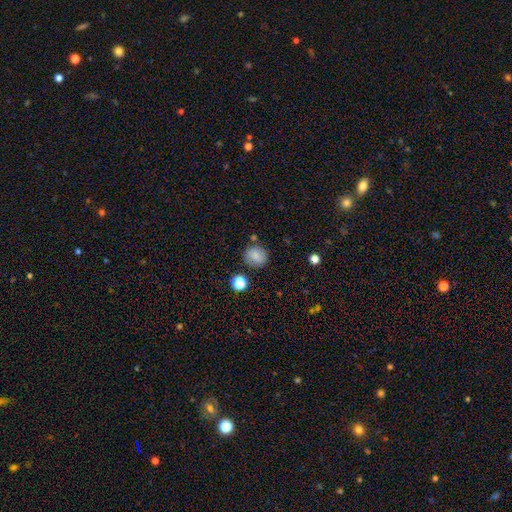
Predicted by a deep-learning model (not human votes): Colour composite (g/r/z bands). It shows a smooth galaxy with no disk features (81%) that is round (84%). Merging: none (81%).